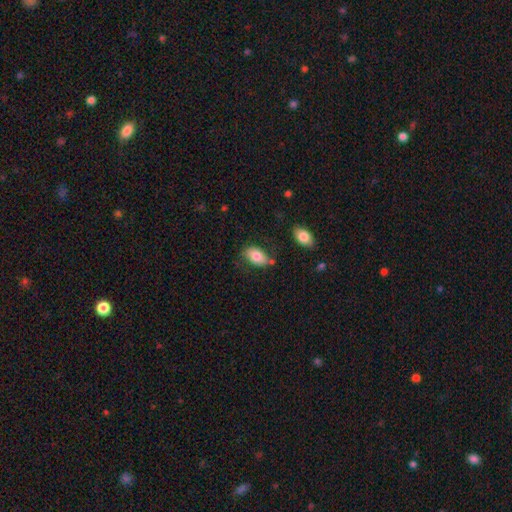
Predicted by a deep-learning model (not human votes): Smooth or featured?
  - smooth: 79% *
  - featured or disk: 14%
  - star or artifact: 7%
How rounded?
  - in between: 92% *
  - round: 6%
  - cigar-shaped: 2%
Merging?
  - none: 65% *
  - minor disturbance: 21%
  - merger: 8%
  - major disturbance: 6%